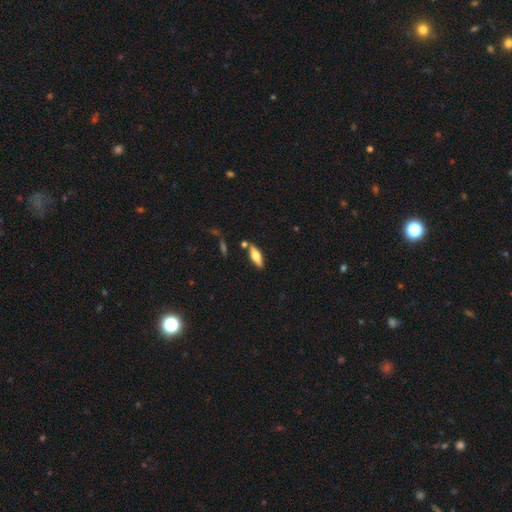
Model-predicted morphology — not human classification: smooth-or-featured: featured or disk: 47% | smooth: 46% | star or artifact: 6%
  merging: none: 81% | minor disturbance: 11% | merger: 6% | major disturbance: 3%